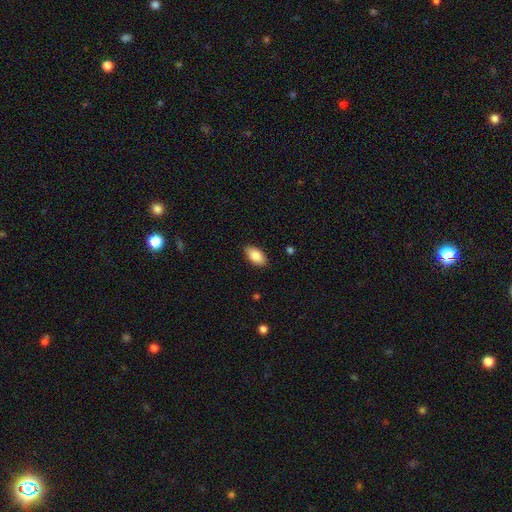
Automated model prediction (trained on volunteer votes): Smooth or featured? smooth (85%)
How rounded? in between (93%)
Merging? none (87%)